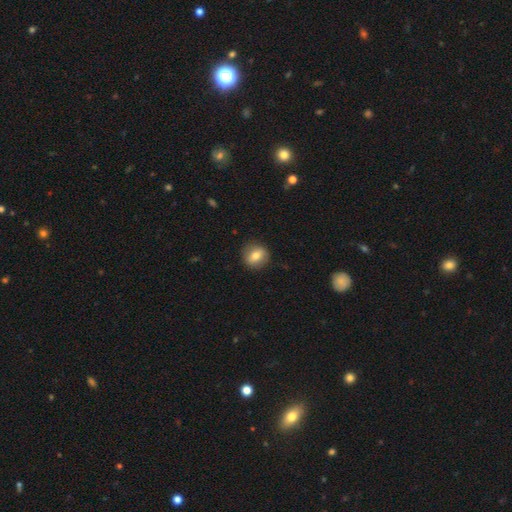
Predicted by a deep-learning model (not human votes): smooth_or_featured: smooth (p=0.70) [alt: featured or disk p=0.21]
how_rounded: round (p=0.79) [alt: in between p=0.20]
merging: none (p=0.87) [alt: minor disturbance p=0.09]